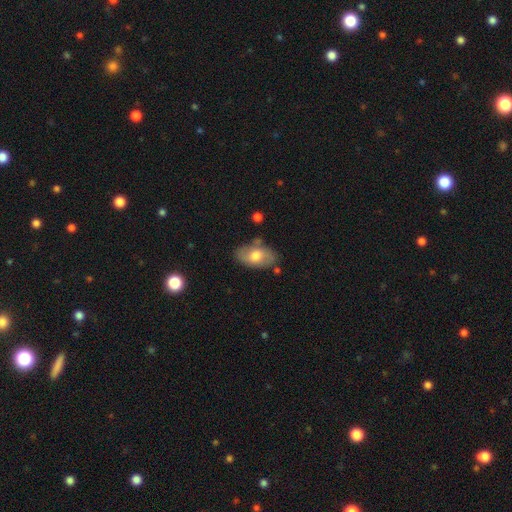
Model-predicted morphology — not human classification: smooth-or-featured: smooth: 64% | featured or disk: 29% | star or artifact: 6%
  how-rounded: in between: 92% | round: 6% | cigar-shaped: 2%
  merging: none: 71% | minor disturbance: 19% | merger: 5% | major disturbance: 5%